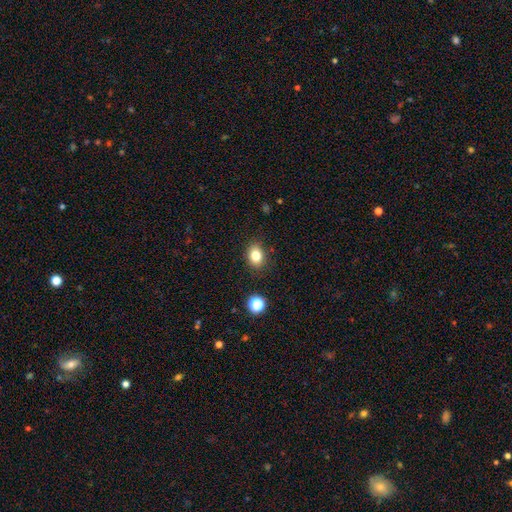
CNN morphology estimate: smooth_or_featured: smooth (p=0.81) [alt: star or artifact p=0.11]
how_rounded: in between (p=0.61) [alt: round p=0.38]
merging: none (p=0.86) [alt: minor disturbance p=0.10]